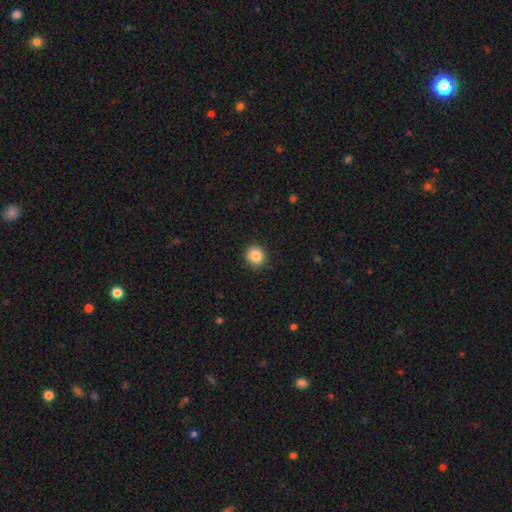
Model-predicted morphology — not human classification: A smooth galaxy with no disk features (85%) that is round (89%).

Vote fractions:
- Smooth or featured? smooth: 85% / star or artifact: 9% / featured or disk: 5%
- How rounded? round: 89% / in between: 10% / cigar-shaped: 1%
- Merging? none: 90% / minor disturbance: 7% / major disturbance: 2% / merger: 1%